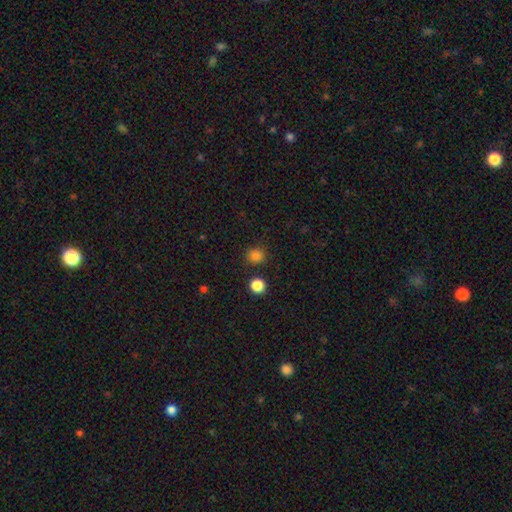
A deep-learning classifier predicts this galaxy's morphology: smooth-or-featured: smooth: 82% | star or artifact: 14% | featured or disk: 3%
  how-rounded: round: 87% | in between: 12% | cigar-shaped: 1%
  merging: none: 87% | minor disturbance: 7% | merger: 3% | major disturbance: 3%